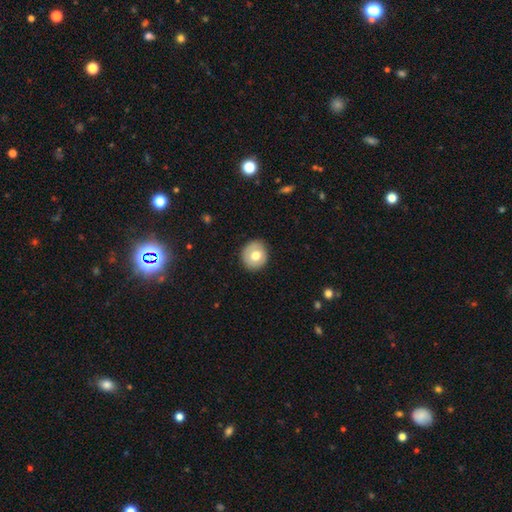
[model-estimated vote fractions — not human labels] smooth_or_featured: smooth (p=0.70) [alt: featured or disk p=0.23]
how_rounded: round (p=0.85) [alt: in between p=0.14]
merging: none (p=0.88) [alt: minor disturbance p=0.09]